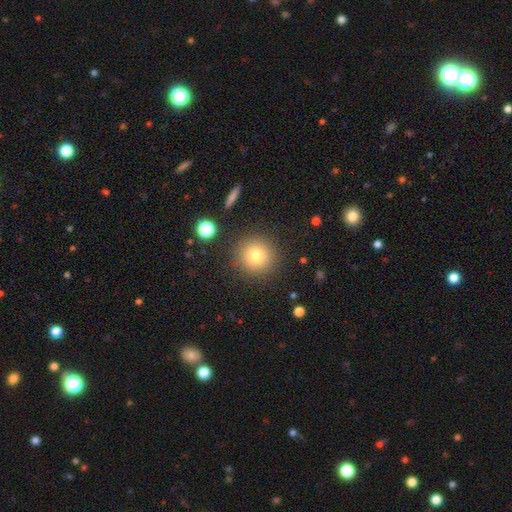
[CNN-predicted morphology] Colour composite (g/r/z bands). It shows a smooth galaxy with no disk features (74%) that is round (95%). Merging: none (88%).